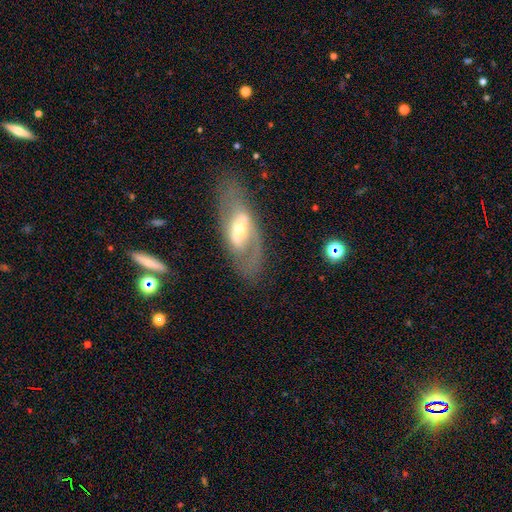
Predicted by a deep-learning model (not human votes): This is likely a featured or disk galaxy (73%). It is clearly not viewed edge-on (84%). Bar: marginally weak (39%). Spiral arm pattern: likely yes (67%). Central bulge: possibly moderate (56%). Merging: likely none (77%).